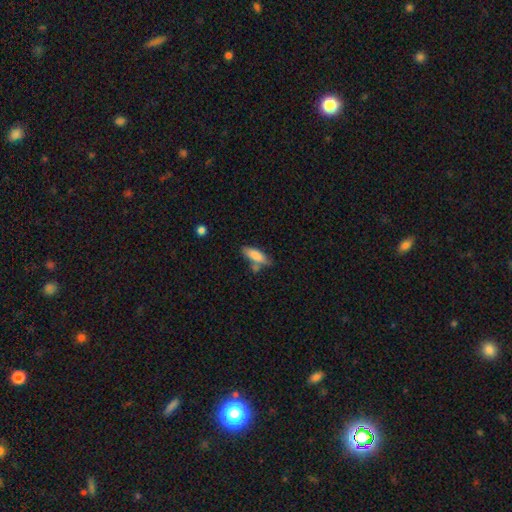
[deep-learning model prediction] Q: Smooth or featured?
A: smooth (80%); runner-up: featured or disk (13%)
Q: How rounded?
A: in between (62%); runner-up: cigar-shaped (36%)
Q: Merging?
A: none (56%); runner-up: minor disturbance (21%)